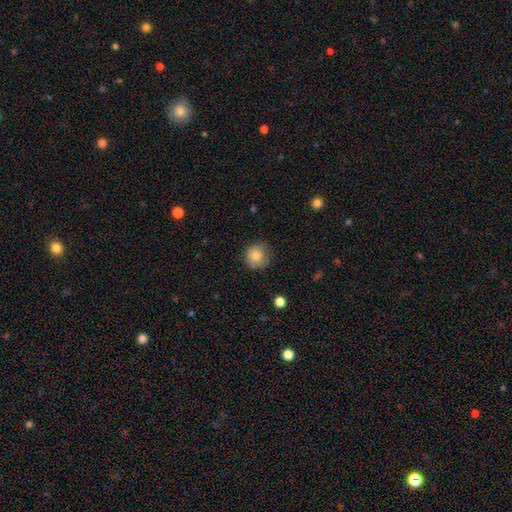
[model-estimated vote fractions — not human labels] smooth_or_featured: smooth (p=0.82) [alt: featured or disk p=0.09]
how_rounded: round (p=0.90) [alt: in between p=0.09]
merging: none (p=0.75) [alt: minor disturbance p=0.19]